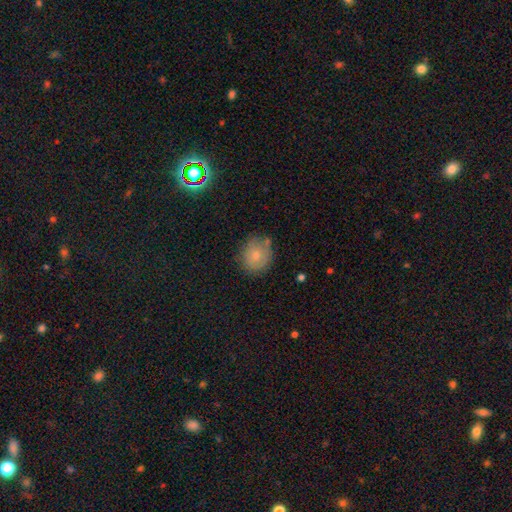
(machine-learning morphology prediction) A smooth galaxy with no disk features (74%) that is round (77%). Merging: none (70%).